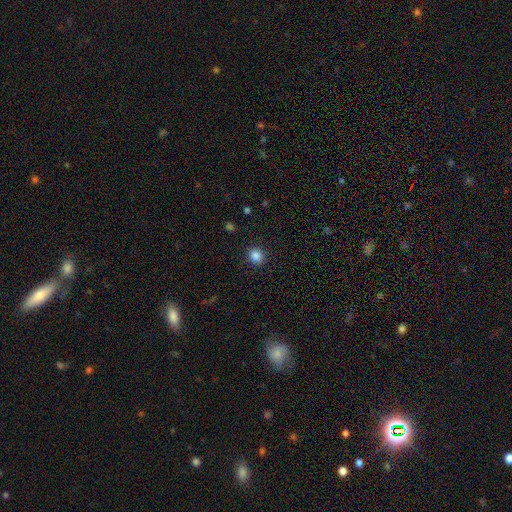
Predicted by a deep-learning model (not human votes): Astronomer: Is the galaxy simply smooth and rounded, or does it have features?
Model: smooth — 86%.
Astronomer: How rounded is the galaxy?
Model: round — 84%.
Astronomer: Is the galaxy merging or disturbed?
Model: none — 90%.